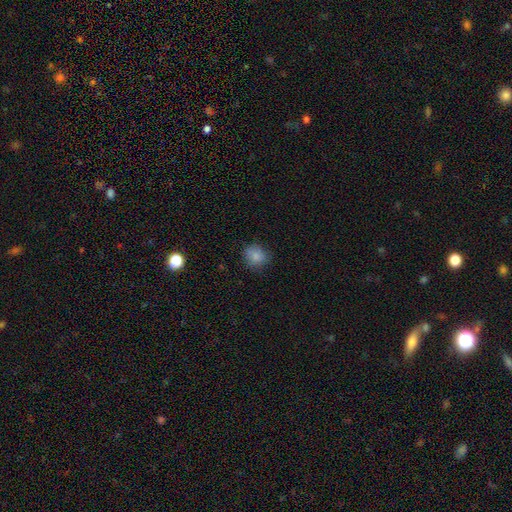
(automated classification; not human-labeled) Q: Smooth or featured?
A: smooth (84%); runner-up: star or artifact (10%)
Q: How rounded?
A: round (76%); runner-up: in between (23%)
Q: Merging?
A: none (80%); runner-up: minor disturbance (16%)